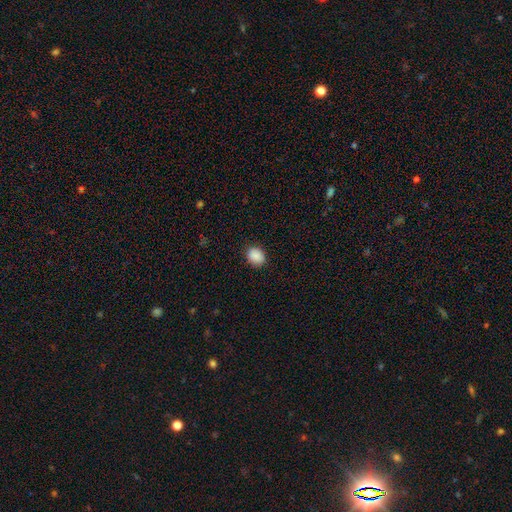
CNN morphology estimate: Smooth or featured? smooth (90%)
How rounded? in between (54%)
Merging? none (88%)